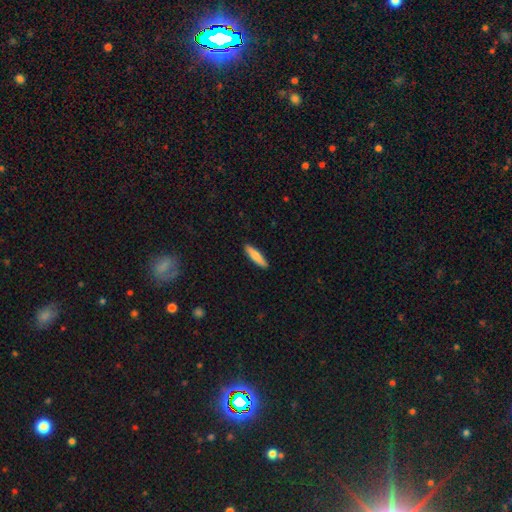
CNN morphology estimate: smooth-or-featured: smooth: 78% | featured or disk: 17% | star or artifact: 5%
  how-rounded: cigar-shaped: 79% | in between: 20% | round: 2%
  merging: none: 91% | minor disturbance: 7% | major disturbance: 1% | merger: 1%